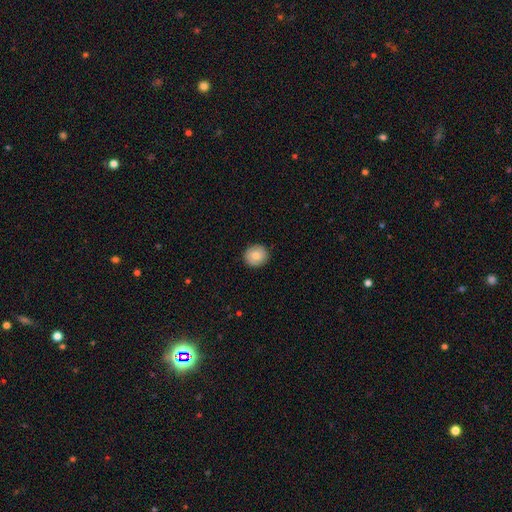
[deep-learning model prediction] Morphology: type=smooth (79%); roundness=round (88%); merging=none (90%).